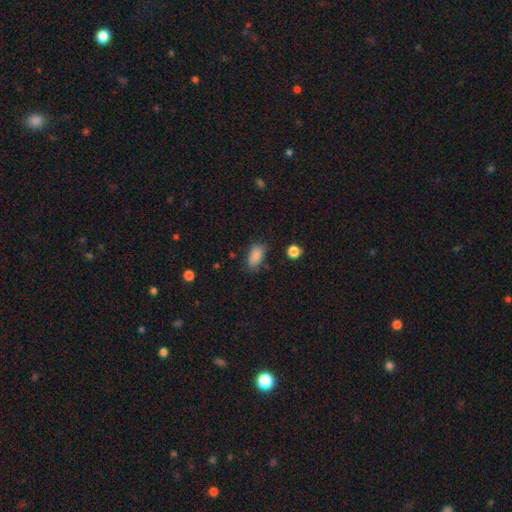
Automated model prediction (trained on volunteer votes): The model was most divided on "merging": none: 77%, minor disturbance: 17%, major disturbance: 4%, merger: 2%. More confident: how rounded — in between (90%); smooth or featured — smooth (86%).